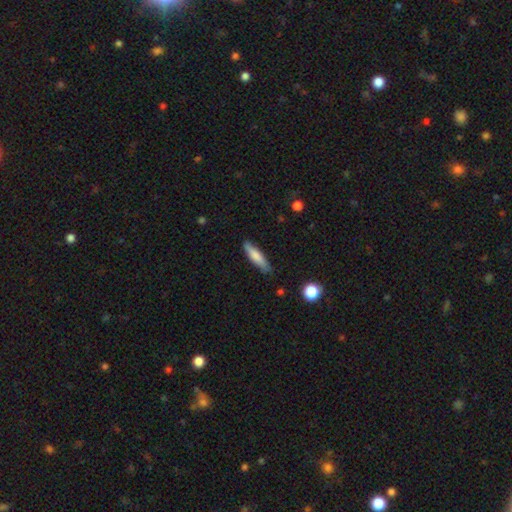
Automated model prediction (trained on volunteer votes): Smooth or featured? Predicted: smooth (p=0.73). How rounded? Predicted: cigar-shaped (p=0.76). Merging? Predicted: none (p=0.80).